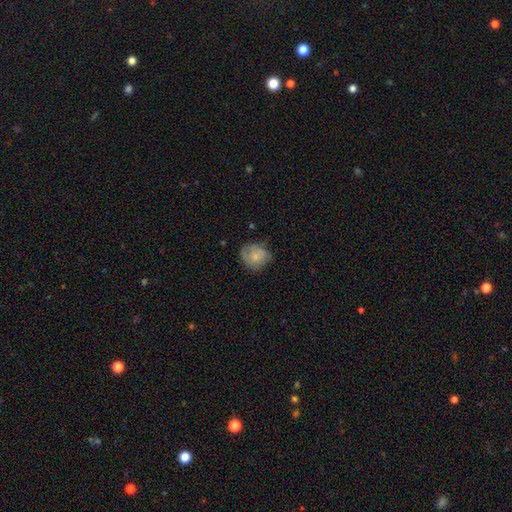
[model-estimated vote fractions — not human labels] A smooth galaxy with no disk features (62%) that is round (76%). Merging: none (61%).